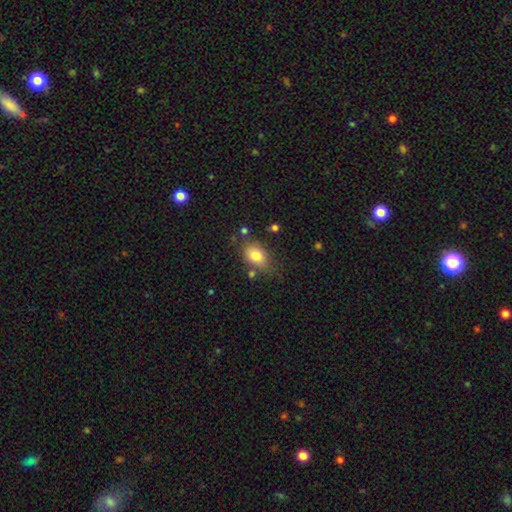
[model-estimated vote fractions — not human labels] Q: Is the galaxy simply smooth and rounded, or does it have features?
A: smooth — 79%.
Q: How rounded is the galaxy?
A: in between — 80%.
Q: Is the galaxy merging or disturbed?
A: none — 67%.